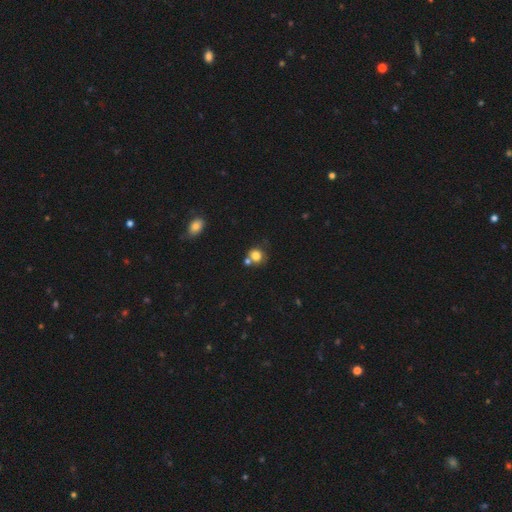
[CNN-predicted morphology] type=smooth (80%); roundness=round (78%); merging=none (54%).